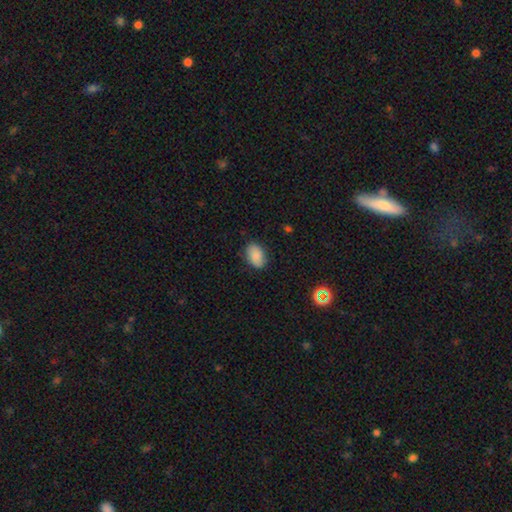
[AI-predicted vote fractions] smooth-or-featured: smooth: 82% | featured or disk: 9% | star or artifact: 8%
  how-rounded: in between: 86% | round: 12% | cigar-shaped: 1%
  merging: none: 82% | minor disturbance: 14% | major disturbance: 3% | merger: 1%